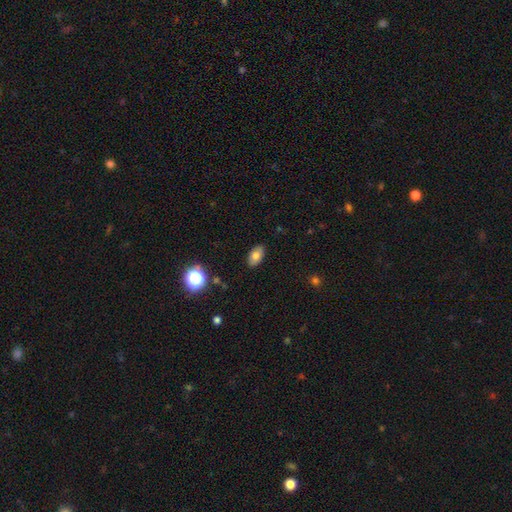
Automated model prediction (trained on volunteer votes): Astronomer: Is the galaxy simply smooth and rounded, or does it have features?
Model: smooth — 75%.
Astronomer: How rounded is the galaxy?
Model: in between — 91%.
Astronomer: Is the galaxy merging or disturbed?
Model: none — 87%.